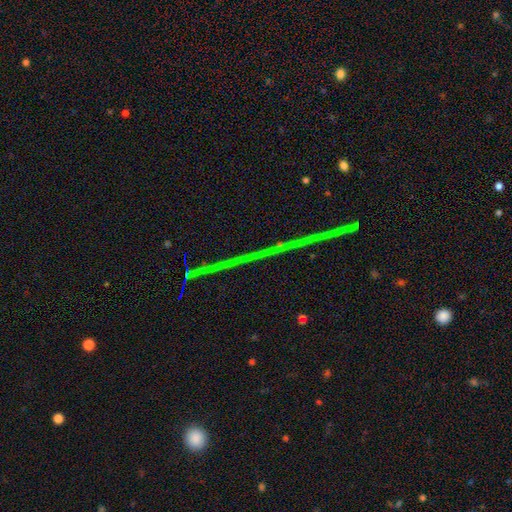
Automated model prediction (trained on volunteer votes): Overall: star or artifact (81%).